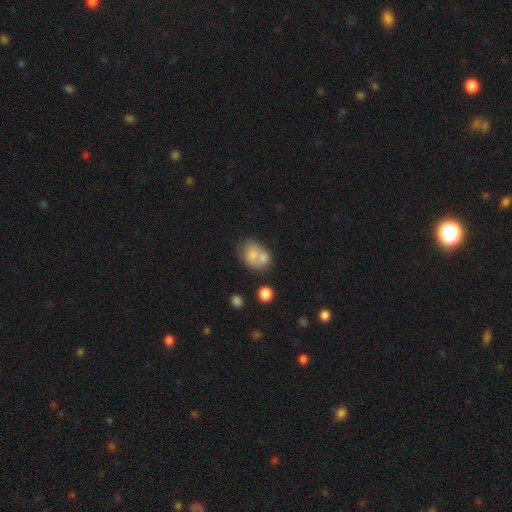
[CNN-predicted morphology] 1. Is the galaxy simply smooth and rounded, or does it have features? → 71% smooth, 20% featured or disk, 9% star or artifact.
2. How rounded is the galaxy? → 57% in between, 42% round, 1% cigar-shaped.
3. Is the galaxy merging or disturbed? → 54% merger, 30% none, 11% minor disturbance, 5% major disturbance.